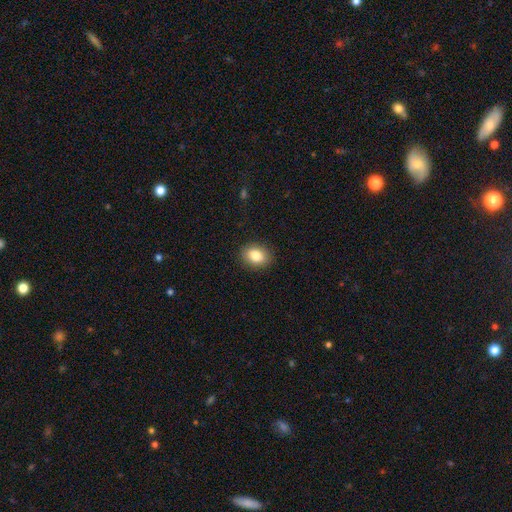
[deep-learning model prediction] smooth_or_featured: smooth (p=0.84) [alt: star or artifact p=0.09]
how_rounded: in between (p=0.60) [alt: round p=0.39]
merging: none (p=0.89) [alt: minor disturbance p=0.08]